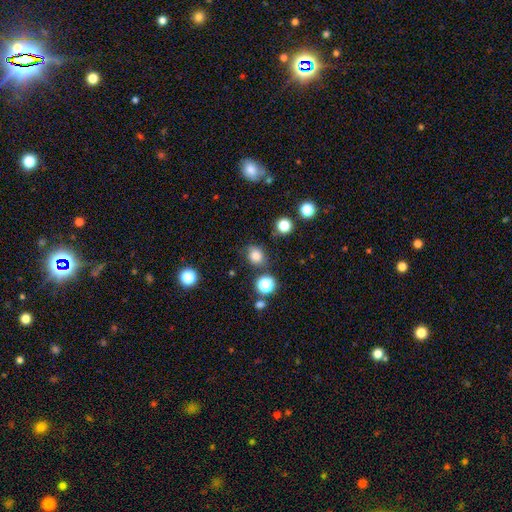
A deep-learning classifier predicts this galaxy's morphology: This appears to be a smooth galaxy with no disk features (80%) that is round (64%). Merging: none (75%).